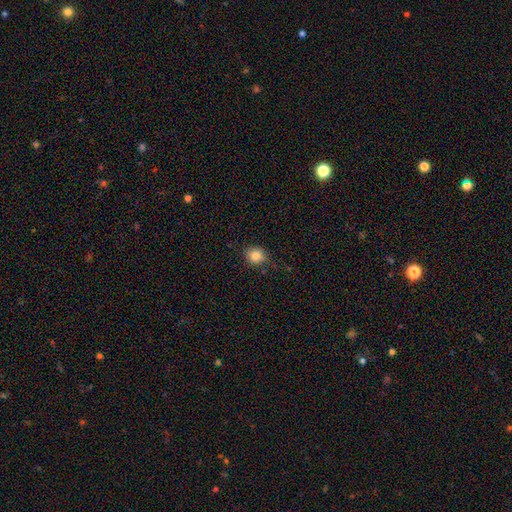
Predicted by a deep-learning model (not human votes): smooth 83%, star or artifact 11%, featured or disk 6%. Down the decision tree: how rounded — round (79%); merging — none (82%).